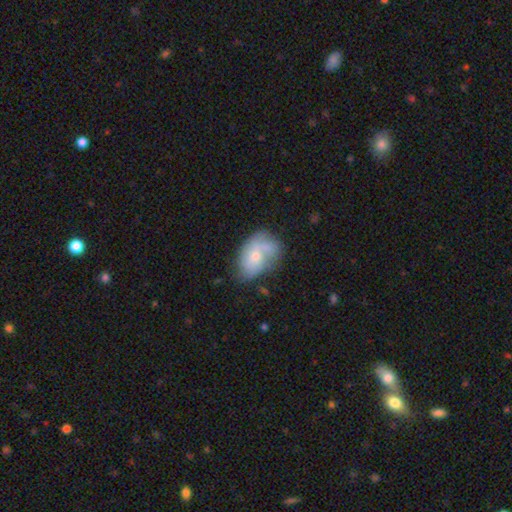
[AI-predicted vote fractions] A smooth galaxy with no disk features (51%) that is in between round and cigar-shaped (84%).

Vote fractions:
- Smooth or featured? smooth: 51% / featured or disk: 42% / star or artifact: 8%
- How rounded? in between: 84% / round: 15% / cigar-shaped: 2%
- Merging? none: 36% / minor disturbance: 27% / merger: 22% / major disturbance: 14%